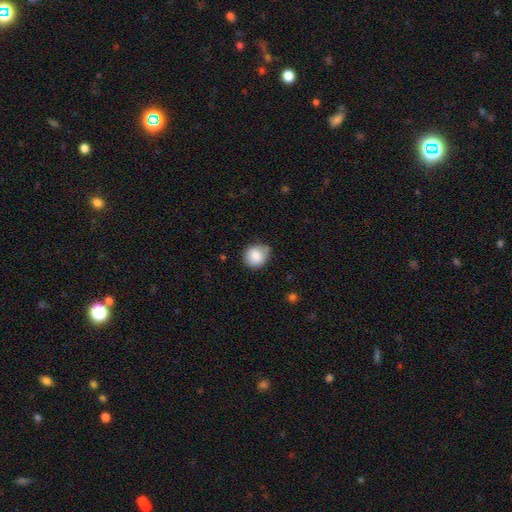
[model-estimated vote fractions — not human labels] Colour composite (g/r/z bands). It shows a smooth galaxy with no disk features (86%) that is round (82%). Merging: none (69%).